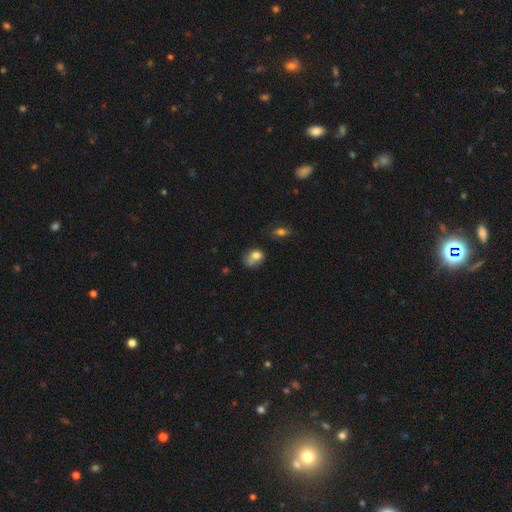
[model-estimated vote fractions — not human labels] smooth_or_featured: smooth (p=0.71) [alt: featured or disk p=0.18]
how_rounded: in between (p=0.57) [alt: round p=0.42]
merging: none (p=0.35) [alt: minor disturbance p=0.26]